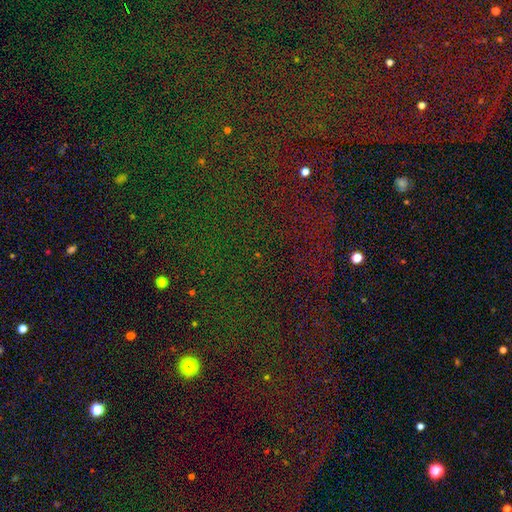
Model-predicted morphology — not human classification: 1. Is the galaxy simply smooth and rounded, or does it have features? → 81% star or artifact, 11% smooth, 8% featured or disk.